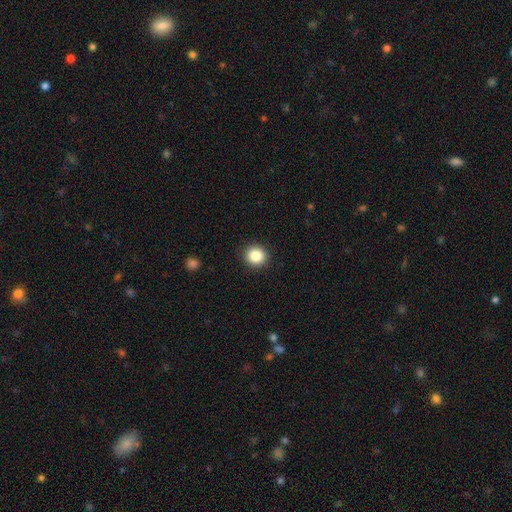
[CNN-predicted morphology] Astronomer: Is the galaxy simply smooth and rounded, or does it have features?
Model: smooth — 86%.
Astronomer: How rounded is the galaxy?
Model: round — 90%.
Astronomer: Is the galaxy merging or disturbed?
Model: none — 92%.